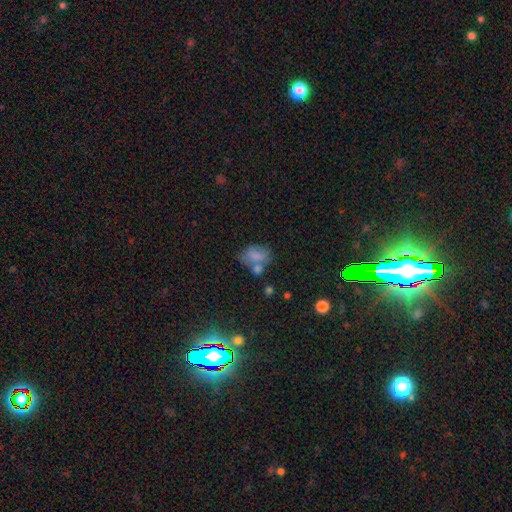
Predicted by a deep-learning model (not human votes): Smooth or featured? smooth (73%)
How rounded? in between (77%)
Merging? none (35%)